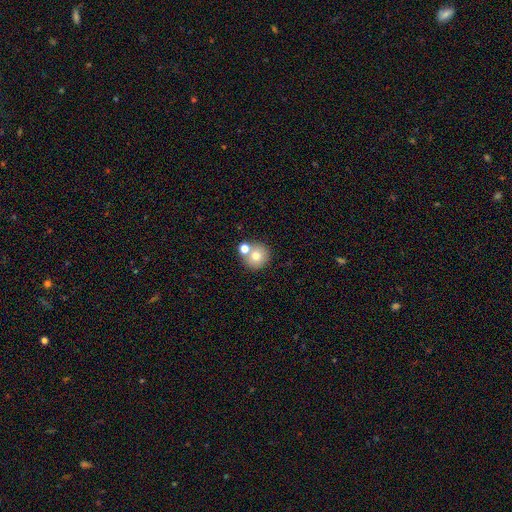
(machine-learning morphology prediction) A smooth galaxy with no disk features (74%) that is round (89%). Merging: none (58%).